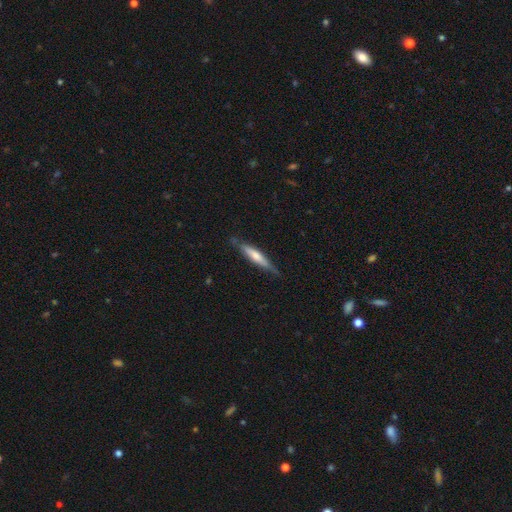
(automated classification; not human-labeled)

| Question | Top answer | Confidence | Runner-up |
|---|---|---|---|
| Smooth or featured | smooth | 53% | featured or disk (42%) |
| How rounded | cigar-shaped | 88% | in between (11%) |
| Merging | none | 76% | minor disturbance (19%) |